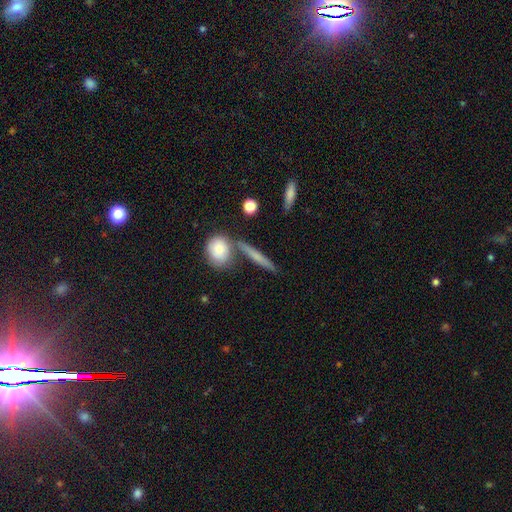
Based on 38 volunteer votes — Q: Smooth or featured?
A: smooth (53%); runner-up: featured or disk (47%)
Q: How rounded?
A: cigar-shaped (80%); runner-up: in between (15%)
Q: Merging?
A: none (58%); runner-up: merger (21%)